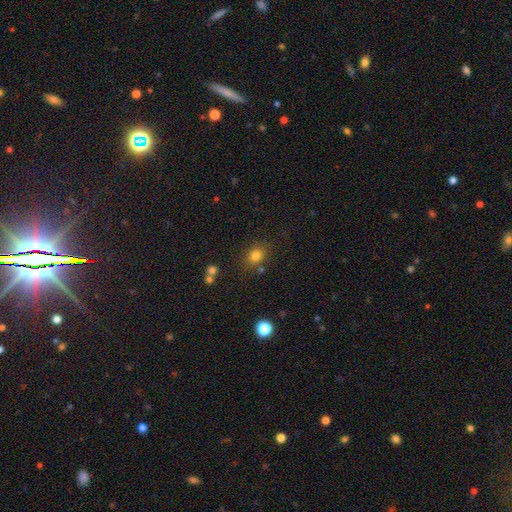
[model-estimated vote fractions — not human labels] This is likely a smooth galaxy (79%). How rounded: likely round (63%). Merging: likely none (76%).